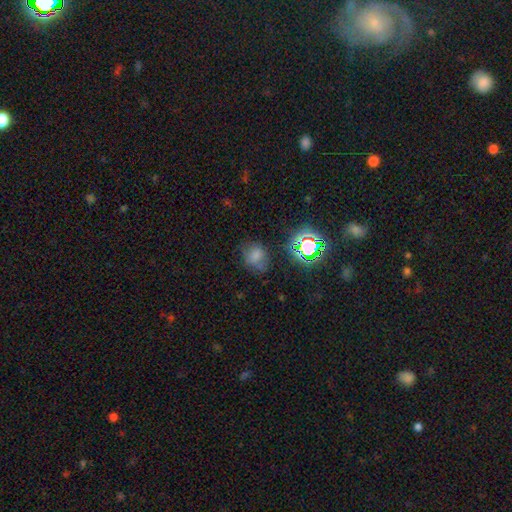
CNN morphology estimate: Q: Smooth or featured?
A: smooth (65%); runner-up: star or artifact (23%)
Q: How rounded?
A: round (64%); runner-up: in between (35%)
Q: Merging?
A: none (60%); runner-up: minor disturbance (24%)